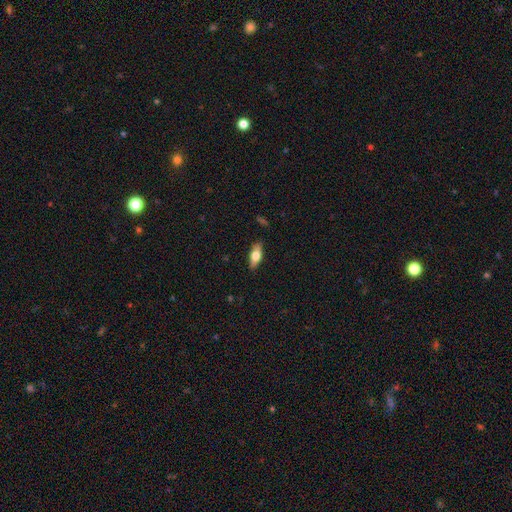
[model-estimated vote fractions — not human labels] The model was most divided on "smooth or featured": smooth: 58%, featured or disk: 35%, star or artifact: 7%. More confident: merging — none (86%); how rounded — in between (73%).